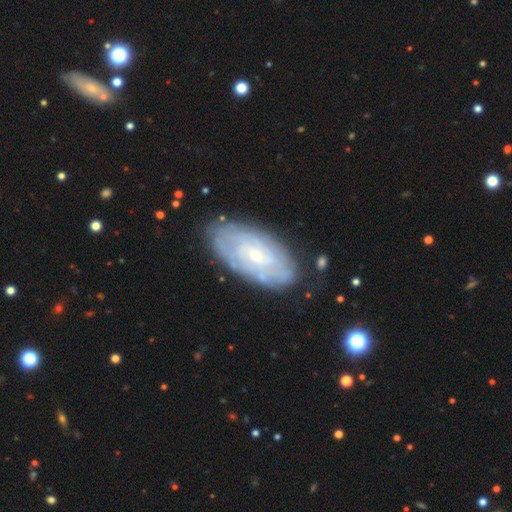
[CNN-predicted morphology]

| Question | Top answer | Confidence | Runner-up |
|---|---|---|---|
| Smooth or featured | featured or disk | 67% | smooth (27%) |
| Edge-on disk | no | 92% | yes (8%) |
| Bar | no | 59% | weak (34%) |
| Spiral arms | yes | 75% | no (25%) |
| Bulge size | small | 69% | moderate (25%) |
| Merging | none | 79% | minor disturbance (15%) |